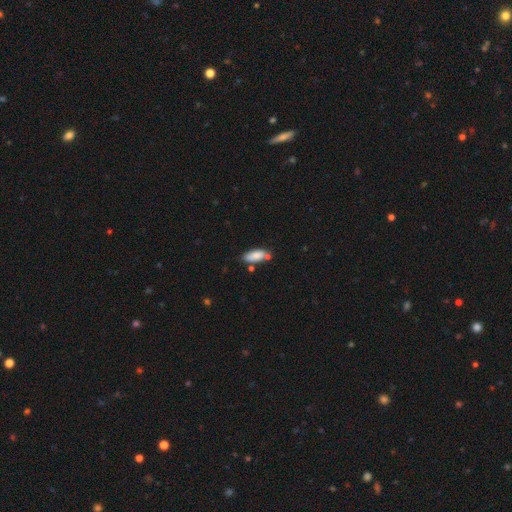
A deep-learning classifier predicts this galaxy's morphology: smooth_or_featured: smooth (p=0.83) [alt: featured or disk p=0.10]
how_rounded: in between (p=0.76) [alt: cigar-shaped p=0.22]
merging: none (p=0.65) [alt: minor disturbance p=0.19]